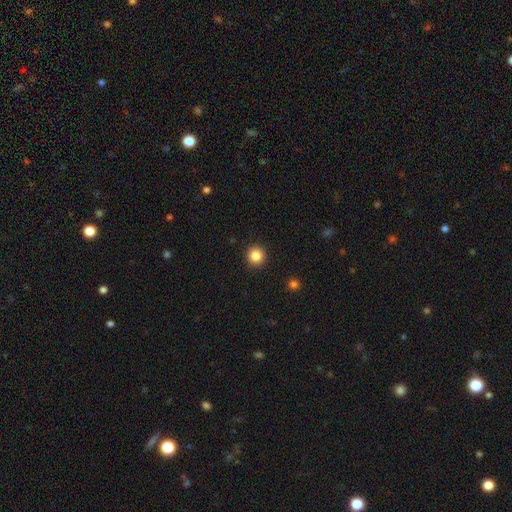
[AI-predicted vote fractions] smooth 85%, star or artifact 11%, featured or disk 4%. Down the decision tree: how rounded — round (95%); merging — none (93%).